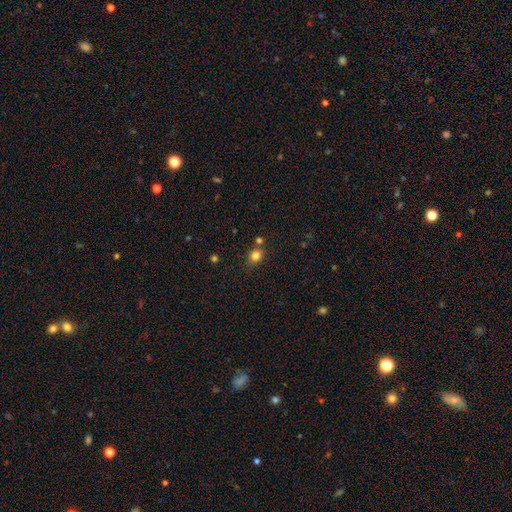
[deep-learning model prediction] This appears to be a smooth galaxy with no disk features (82%) that is round (63%). Merging: none (73%).